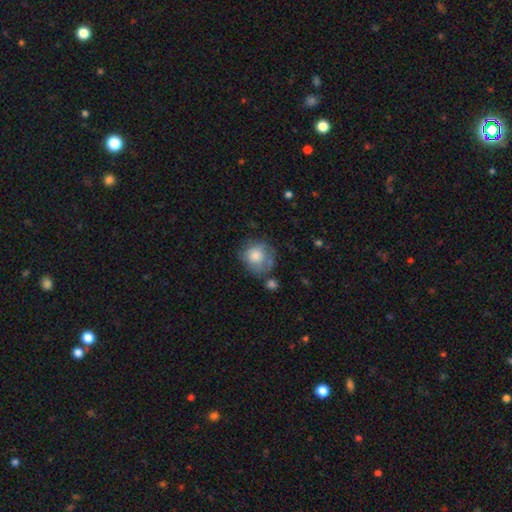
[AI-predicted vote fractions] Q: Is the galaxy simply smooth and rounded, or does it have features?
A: smooth — 72%.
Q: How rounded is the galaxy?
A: round — 80%.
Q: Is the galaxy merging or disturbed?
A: none — 54%.